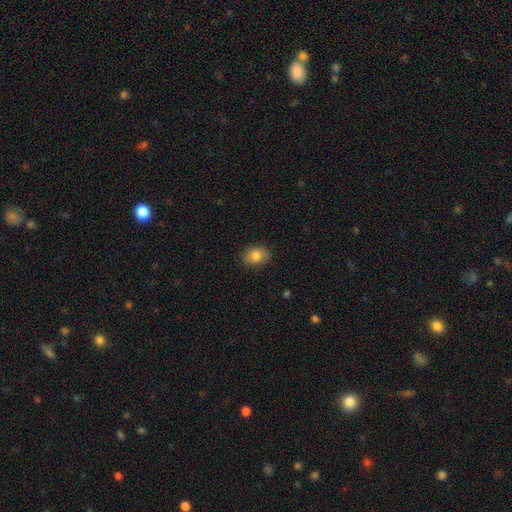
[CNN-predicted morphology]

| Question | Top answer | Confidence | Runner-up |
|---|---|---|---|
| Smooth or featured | smooth | 82% | star or artifact (9%) |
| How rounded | in between | 60% | round (39%) |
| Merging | none | 85% | minor disturbance (12%) |